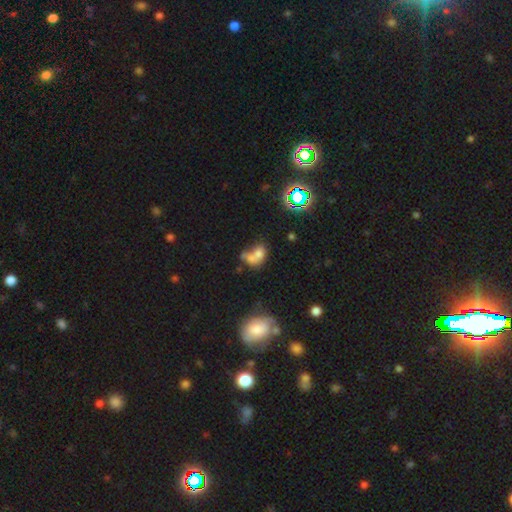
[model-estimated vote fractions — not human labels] smooth_or_featured: smooth (p=0.62) [alt: featured or disk p=0.21]
how_rounded: in between (p=0.70) [alt: round p=0.28]
merging: merger (p=0.60) [alt: none p=0.20]